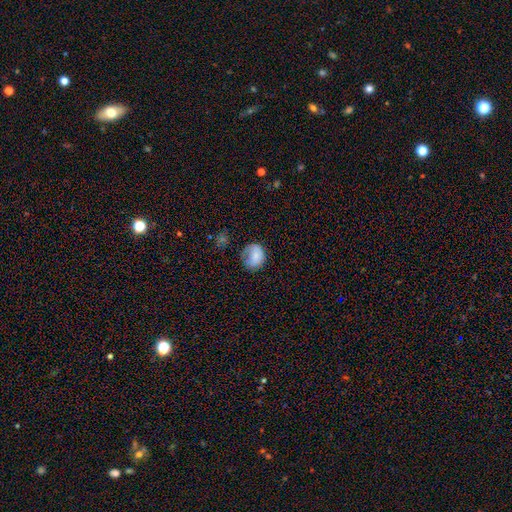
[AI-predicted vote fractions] Overall: smooth (78%). How rounded: round (59%; in between 40%). Merging: none (52%; minor disturbance 29%).